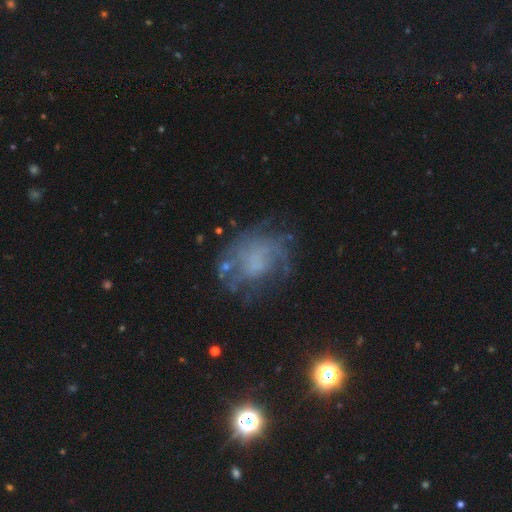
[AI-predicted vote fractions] Q: Smooth or featured?
A: featured or disk (59%); runner-up: smooth (23%)
Q: Edge-on disk?
A: no (97%); runner-up: yes (3%)
Q: Bar?
A: no (76%); runner-up: weak (20%)
Q: Spiral arms?
A: yes (64%); runner-up: no (36%)
Q: Bulge size?
A: none (47%); runner-up: small (25%)
Q: Merging?
A: none (61%); runner-up: minor disturbance (19%)